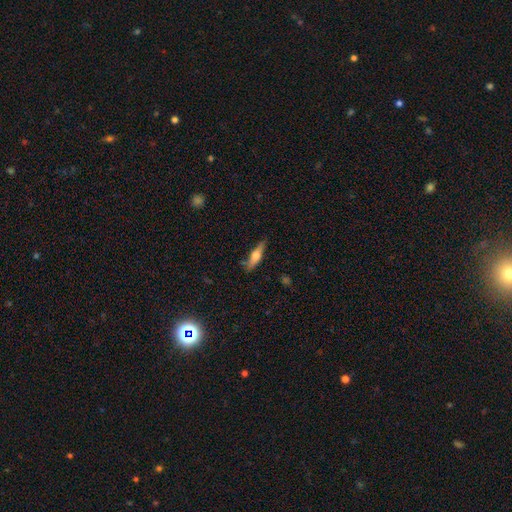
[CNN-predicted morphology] featured or disk 50%, smooth 43%, star or artifact 6%. Down the decision tree: edge-on disk — yes (93%); merging — none (79%).